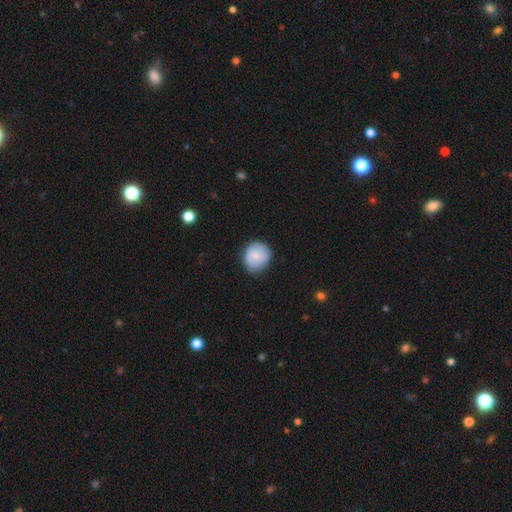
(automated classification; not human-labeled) Q: Smooth or featured?
A: smooth (77%); runner-up: featured or disk (16%)
Q: How rounded?
A: round (78%); runner-up: in between (21%)
Q: Merging?
A: none (73%); runner-up: minor disturbance (22%)